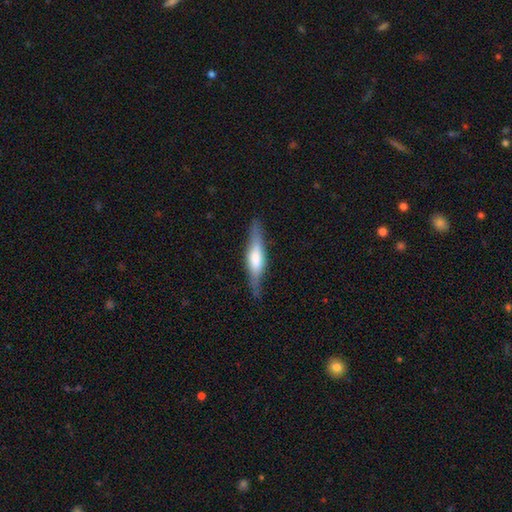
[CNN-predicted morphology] smooth-or-featured: featured or disk: 61% | smooth: 33% | star or artifact: 6%
  disk-edge-on: yes: 94% | no: 6%
    edge-on-bulge: rounded: 58% | boxy: 34% | none: 8%
  merging: none: 83% | minor disturbance: 13% | major disturbance: 3% | merger: 1%